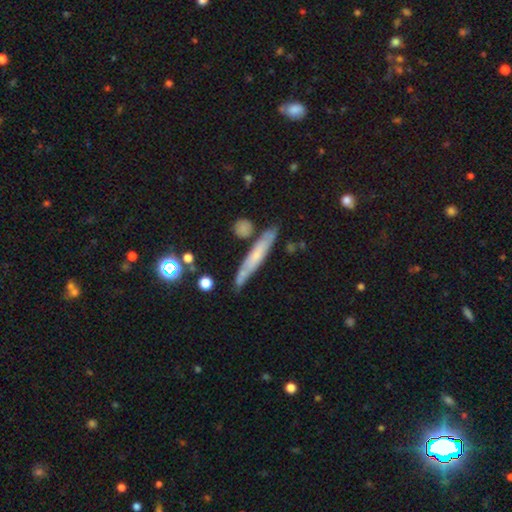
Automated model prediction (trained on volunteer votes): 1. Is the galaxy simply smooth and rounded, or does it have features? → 47% smooth, 45% featured or disk, 8% star or artifact.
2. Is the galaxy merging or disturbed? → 75% none, 15% minor disturbance, 7% merger, 3% major disturbance.